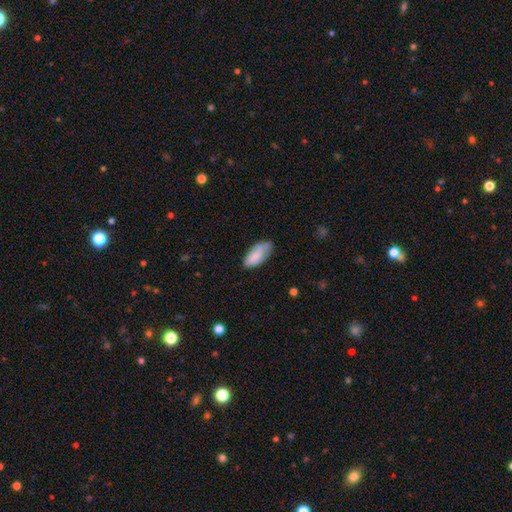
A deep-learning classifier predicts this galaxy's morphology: smooth_or_featured: smooth (p=0.80) [alt: featured or disk p=0.14]
how_rounded: in between (p=0.88) [alt: cigar-shaped p=0.11]
merging: none (p=0.59) [alt: minor disturbance p=0.31]